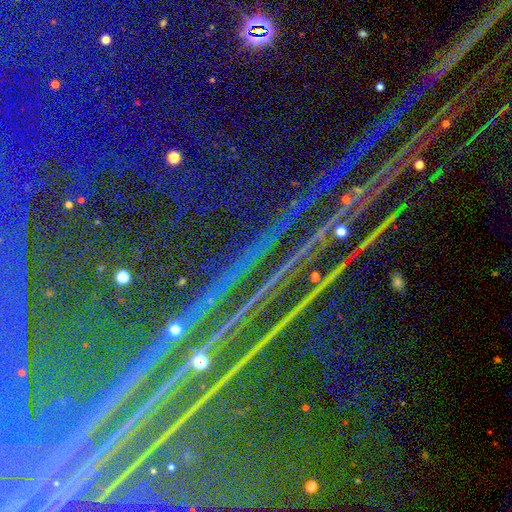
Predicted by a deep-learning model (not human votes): This appears to be a star or artifact, not a galaxy (88%).